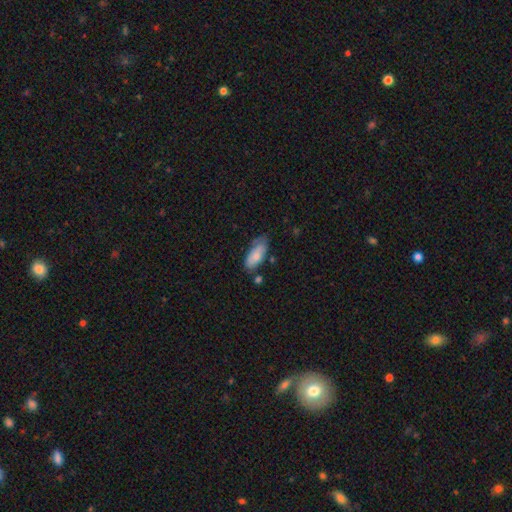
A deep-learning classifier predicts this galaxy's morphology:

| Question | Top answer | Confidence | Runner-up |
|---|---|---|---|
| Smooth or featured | smooth | 75% | featured or disk (19%) |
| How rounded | in between | 84% | cigar-shaped (14%) |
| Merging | none | 56% | minor disturbance (30%) |